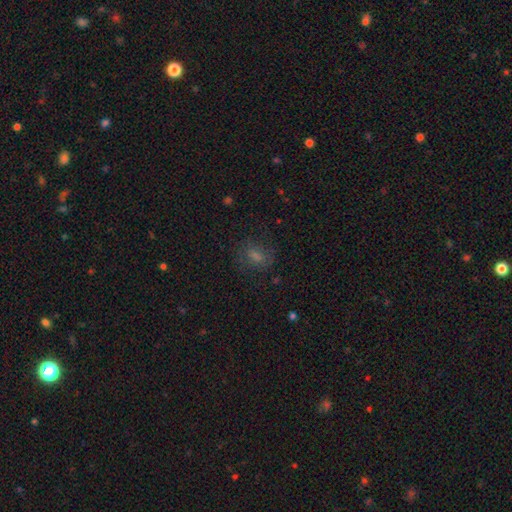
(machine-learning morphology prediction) A smooth galaxy with no disk features (52%) that is in between round and cigar-shaped (57%). Merging: none (76%).